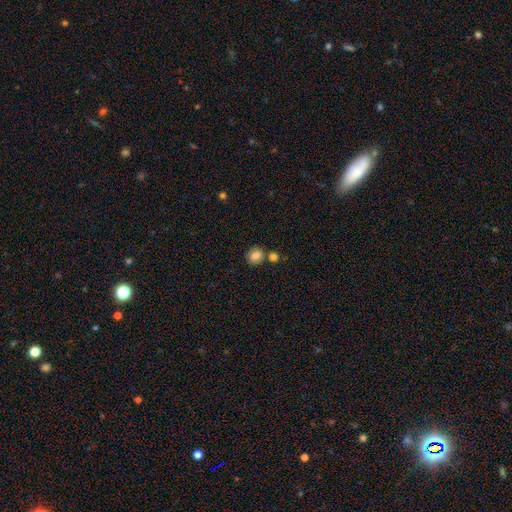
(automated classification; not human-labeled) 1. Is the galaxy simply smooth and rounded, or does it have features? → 82% smooth, 10% star or artifact, 8% featured or disk.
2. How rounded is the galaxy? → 76% round, 23% in between, 1% cigar-shaped.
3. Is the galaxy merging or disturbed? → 68% none, 19% merger, 10% minor disturbance, 3% major disturbance.